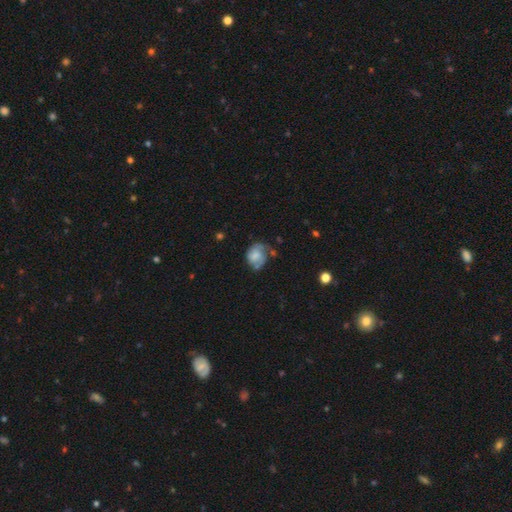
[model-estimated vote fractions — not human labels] smooth_or_featured: featured or disk (p=0.52) [alt: smooth p=0.40]
disk_edge_on: no (p=0.98) [alt: yes p=0.02]
bar: no (p=0.70) [alt: weak p=0.25]
has_spiral_arms: yes (p=0.73) [alt: no p=0.27]
bulge_size: none (p=0.32) [alt: moderate p=0.27]
merging: none (p=0.41) [alt: minor disturbance p=0.29]